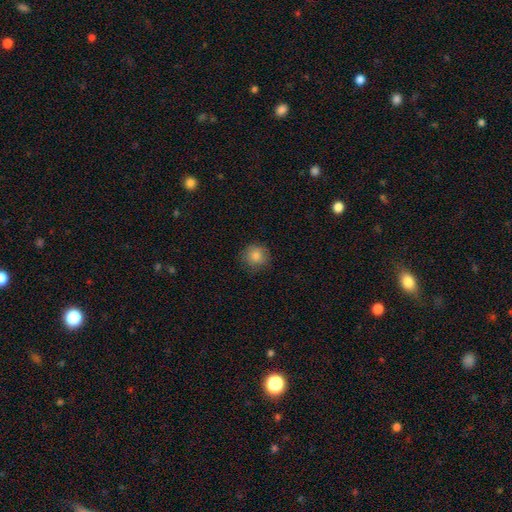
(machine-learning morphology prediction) A smooth galaxy with no disk features (85%) that is round (92%). Merging: none (84%).